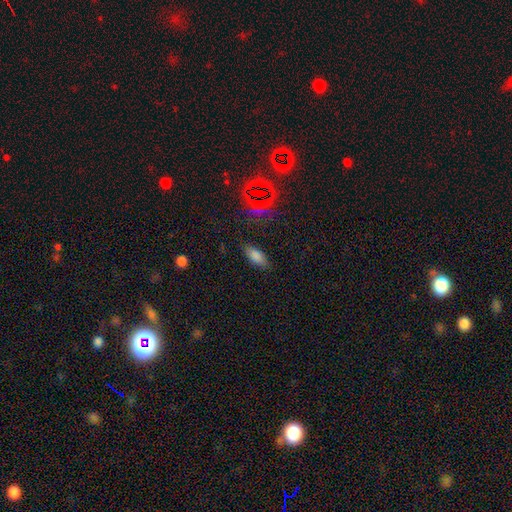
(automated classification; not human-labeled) Smooth or featured? Predicted: smooth (p=0.78). How rounded? Predicted: in between (p=0.86). Merging? Predicted: none (p=0.83).